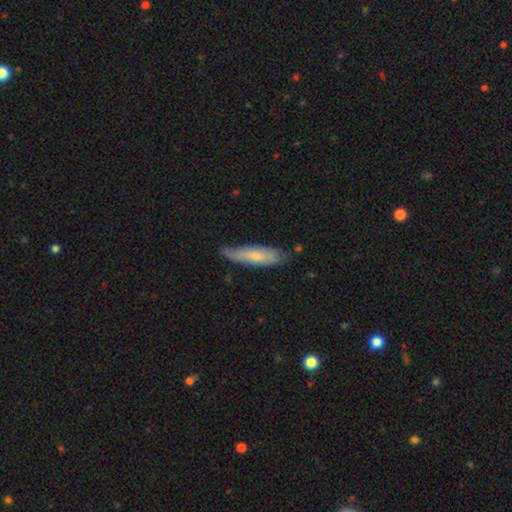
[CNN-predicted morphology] This appears to be a smooth galaxy with no disk features (62%) that is cigar-shaped (75%). Merging: none (71%).